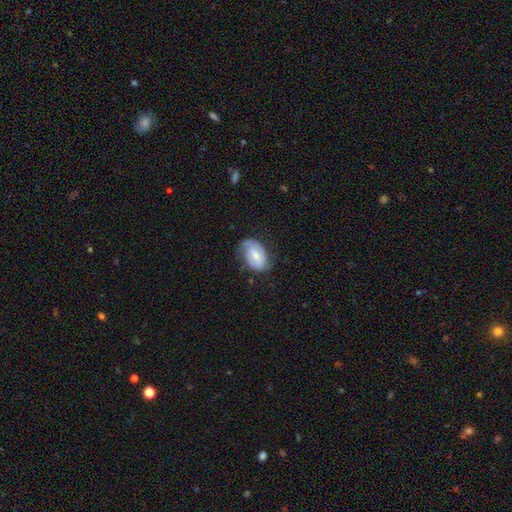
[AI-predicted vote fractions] This appears to be a featured or disk galaxy (76%) with a weak bar (52%), 2 (81%) tight (48%) spiral arms (93%) and a moderate central bulge (54%). Merging: none (70%).